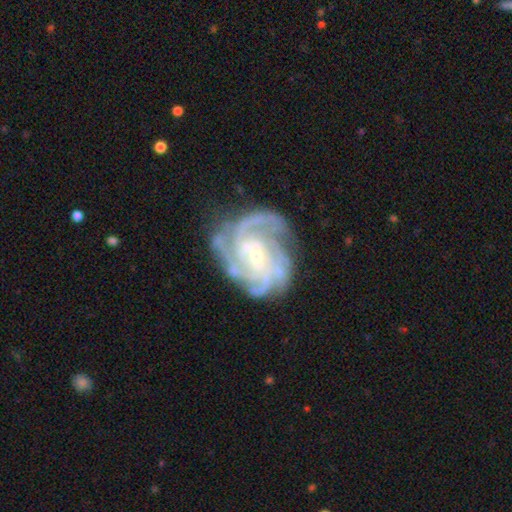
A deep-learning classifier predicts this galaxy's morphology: smooth_or_featured: featured or disk (p=0.89) [alt: star or artifact p=0.06]
disk_edge_on: no (p=0.98) [alt: yes p=0.02]
bar: no (p=0.58) [alt: weak p=0.32]
has_spiral_arms: yes (p=0.97) [alt: no p=0.03]
spiral_winding: tight (p=0.62) [alt: medium p=0.33]
spiral_arm_count: 4 (p=0.31) [alt: 3 p=0.23]
bulge_size: small (p=0.80) [alt: moderate p=0.16]
merging: none (p=0.70) [alt: minor disturbance p=0.18]